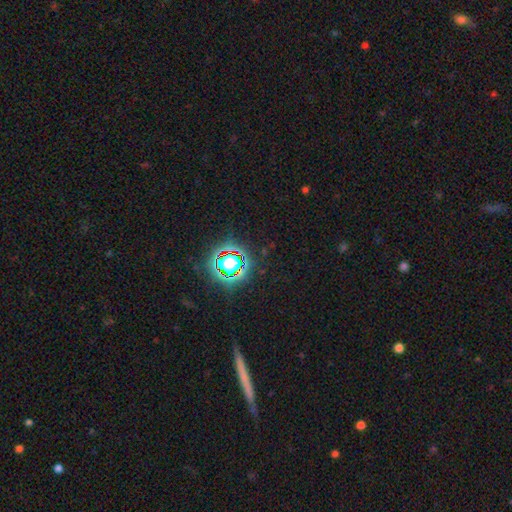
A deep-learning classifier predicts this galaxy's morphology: Smooth or featured: star or artifact — 75% (smooth — 15%)